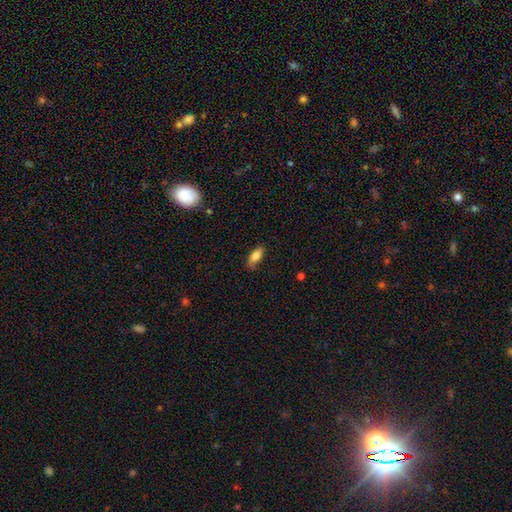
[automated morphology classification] smooth_or_featured: smooth (p=0.82) [alt: featured or disk p=0.11]
how_rounded: in between (p=0.77) [alt: cigar-shaped p=0.20]
merging: none (p=0.73) [alt: minor disturbance p=0.22]